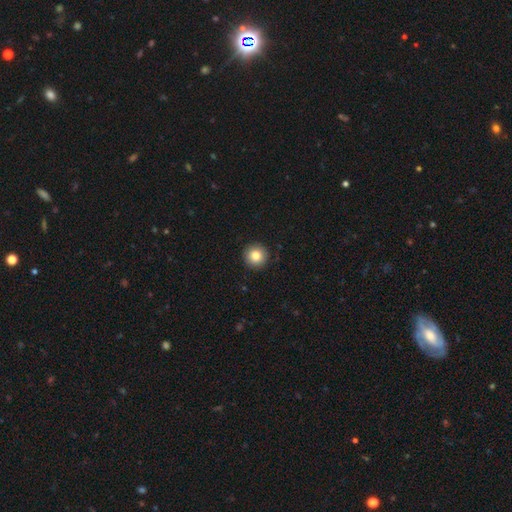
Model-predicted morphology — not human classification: Smooth or featured?
  - smooth: 82% *
  - star or artifact: 9%
  - featured or disk: 8%
How rounded?
  - round: 96% *
  - in between: 3%
  - cigar-shaped: 1%
Merging?
  - none: 92% *
  - minor disturbance: 5%
  - major disturbance: 2%
  - merger: 1%